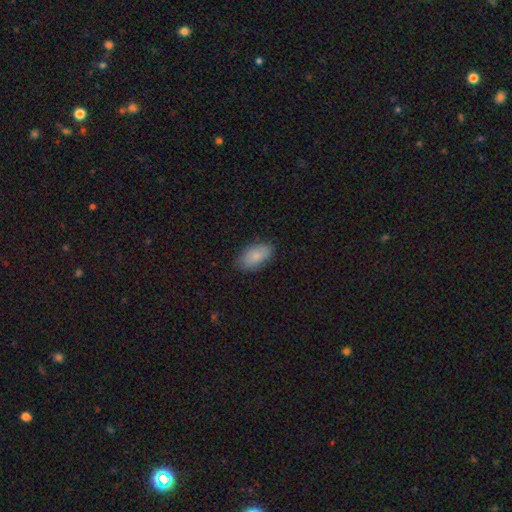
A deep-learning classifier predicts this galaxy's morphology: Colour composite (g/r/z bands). It shows a smooth galaxy with no disk features (84%) that is in between round and cigar-shaped (94%). Merging: none (83%).